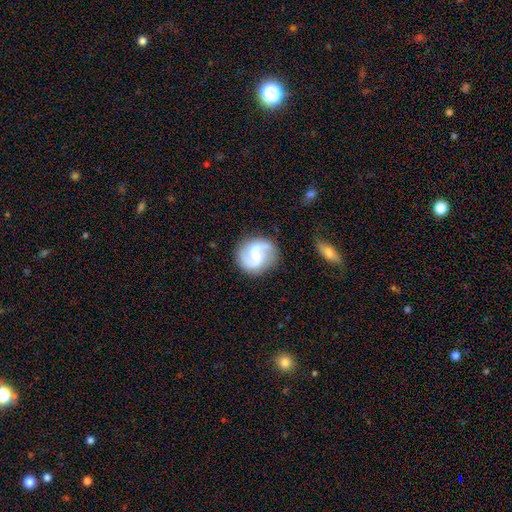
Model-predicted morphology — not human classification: Smooth or featured?
  - featured or disk: 83% *
  - smooth: 12%
  - star or artifact: 5%
Edge-on disk?
  - no: 98% *
  - yes: 2%
Bar?
  - weak: 46% *
  - no: 43%
  - strong: 11%
Spiral arms?
  - yes: 96% *
  - no: 4%
Spiral winding?
  - medium: 50% *
  - loose: 35%
  - tight: 16%
Spiral arm count?
  - 2: 91% *
  - can't tell: 3%
  - 3: 2%
  - 1: 2%
  - 4: 1%
  - more than 4: 1%
Bulge size?
  - small: 56% *
  - moderate: 35%
  - none: 6%
  - large: 2%
  - dominant: 1%
Merging?
  - none: 81% *
  - minor disturbance: 13%
  - major disturbance: 4%
  - merger: 2%